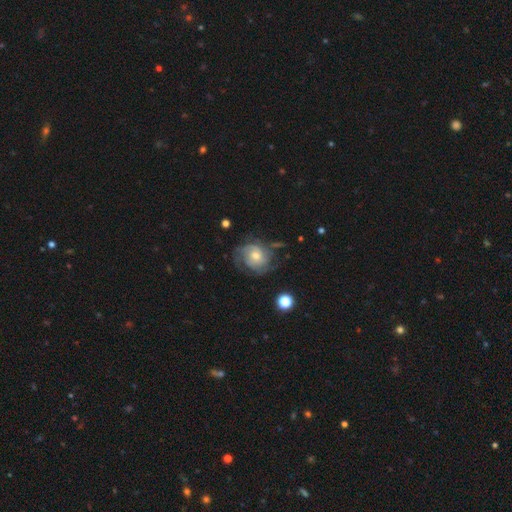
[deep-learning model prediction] smooth-or-featured: featured or disk: 74% | smooth: 18% | star or artifact: 8%
  disk-edge-on: no: 98% | yes: 2%
    bar: no: 72% | weak: 24% | strong: 4%
    has-spiral-arms: yes: 89% | no: 11%
      spiral-winding: tight: 55% | medium: 33% | loose: 12%
      spiral-arm-count: can't tell: 40% | 2: 24% | 3: 19% | 4: 7% | 1: 5% | more than 4: 5%
    bulge-size: moderate: 55% | small: 36% | large: 5% | none: 2% | dominant: 1%
  merging: none: 60% | minor disturbance: 21% | major disturbance: 16% | merger: 2%